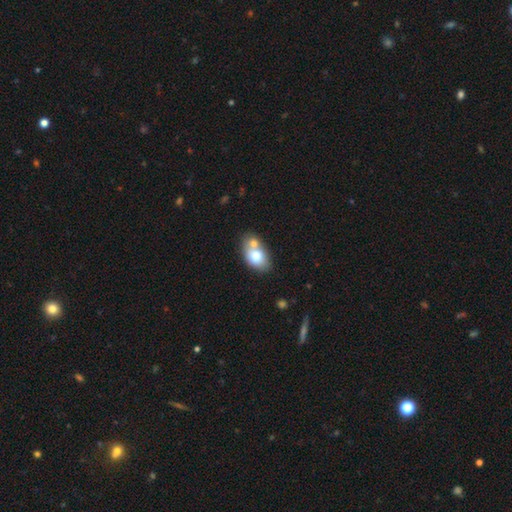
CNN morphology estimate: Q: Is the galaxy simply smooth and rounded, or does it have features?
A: smooth — 70%.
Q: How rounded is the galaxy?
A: in between — 83%.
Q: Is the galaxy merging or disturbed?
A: merger — 47%.